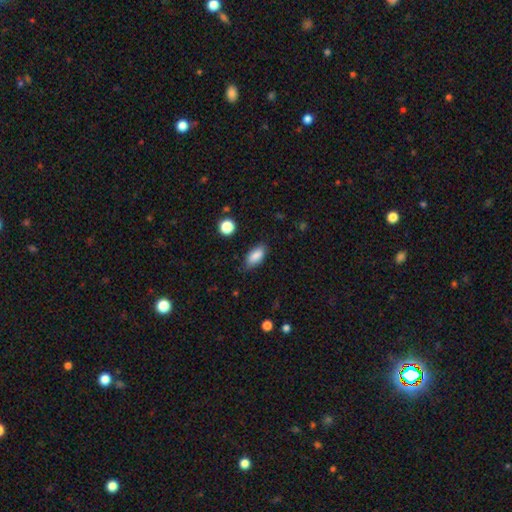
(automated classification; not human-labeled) The model was most divided on "merging": none: 76%, minor disturbance: 19%, major disturbance: 4%, merger: 2%. More confident: how rounded — in between (88%); smooth or featured — smooth (85%).